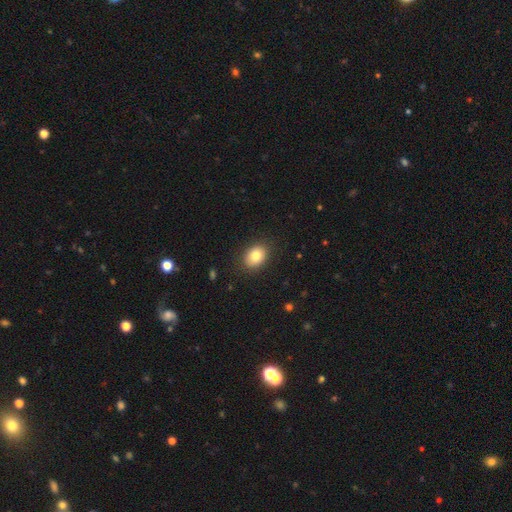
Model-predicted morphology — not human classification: A smooth galaxy with no disk features (82%) that is in between round and cigar-shaped (68%).

Vote fractions:
- Smooth or featured? smooth: 82% / featured or disk: 9% / star or artifact: 9%
- How rounded? in between: 68% / round: 31% / cigar-shaped: 1%
- Merging? none: 88% / minor disturbance: 9% / major disturbance: 3% / merger: 1%